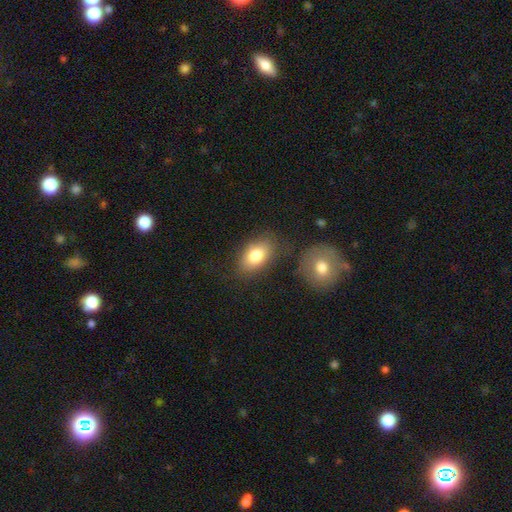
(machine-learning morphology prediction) Smooth or featured: smooth — 79% (featured or disk — 12%)
How rounded: in between — 86% (round — 13%)
Merging: none — 76% (minor disturbance — 14%)